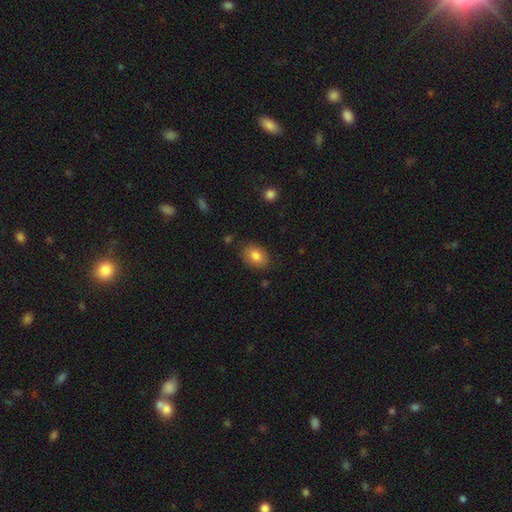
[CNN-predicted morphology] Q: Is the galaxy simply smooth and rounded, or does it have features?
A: smooth — 83%.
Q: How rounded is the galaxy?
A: in between — 78%.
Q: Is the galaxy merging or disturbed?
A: none — 82%.